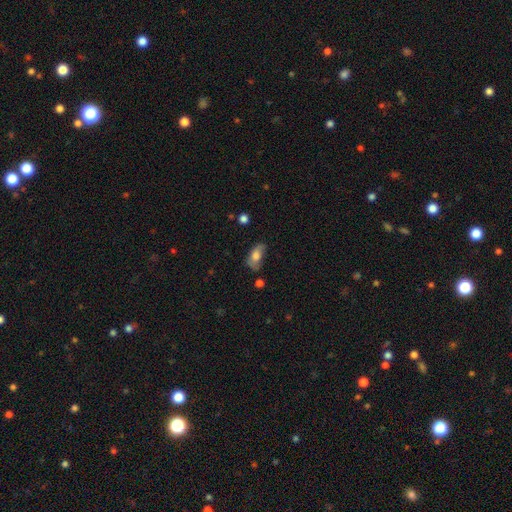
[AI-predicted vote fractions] Overall: smooth (66%). How rounded: in between (88%). Merging: none (45%; minor disturbance 34%).